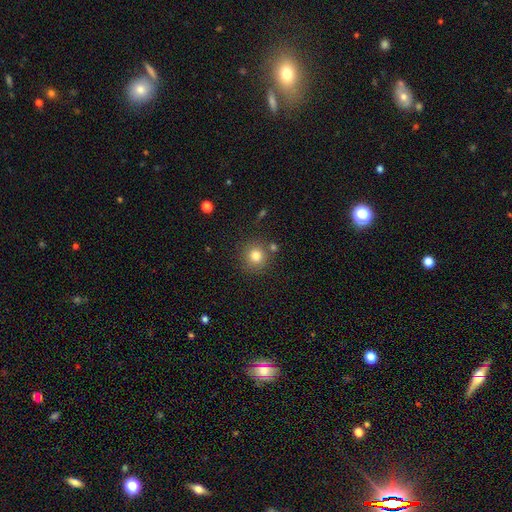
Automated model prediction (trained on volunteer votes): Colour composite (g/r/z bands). It shows a smooth galaxy with no disk features (80%) that is round (92%). Merging: none (81%).